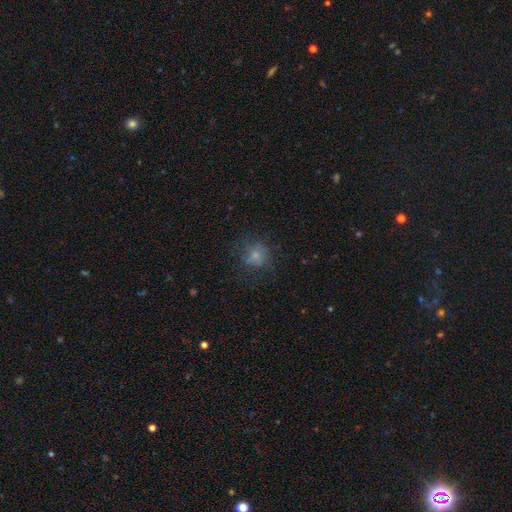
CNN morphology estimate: The model was most divided on "merging": none: 66%, minor disturbance: 18%, major disturbance: 14%, merger: 1%. More confident: how rounded — round (81%); smooth or featured — smooth (73%).